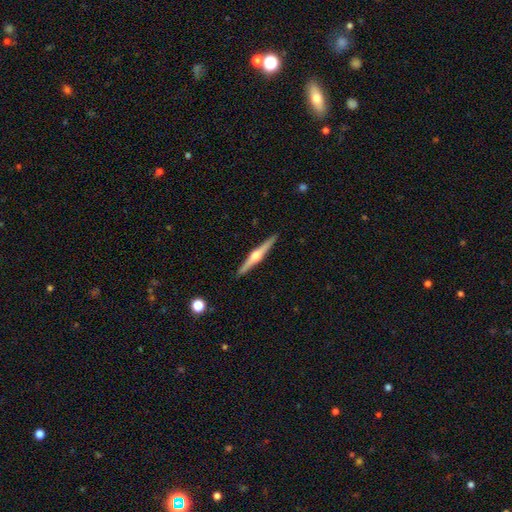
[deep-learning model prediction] smooth-or-featured: featured or disk: 79% | smooth: 16% | star or artifact: 5%
  disk-edge-on: yes: 98% | no: 2%
    edge-on-bulge: rounded: 94% | boxy: 4% | none: 2%
  merging: none: 92% | minor disturbance: 6% | major disturbance: 1% | merger: 1%